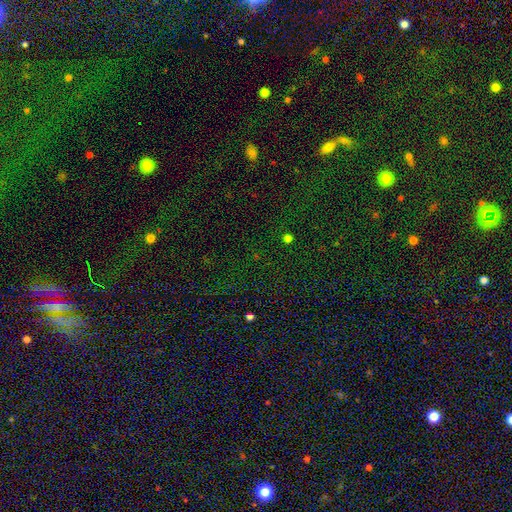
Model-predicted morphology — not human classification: Smooth or featured?
  - star or artifact: 77% *
  - smooth: 14%
  - featured or disk: 9%